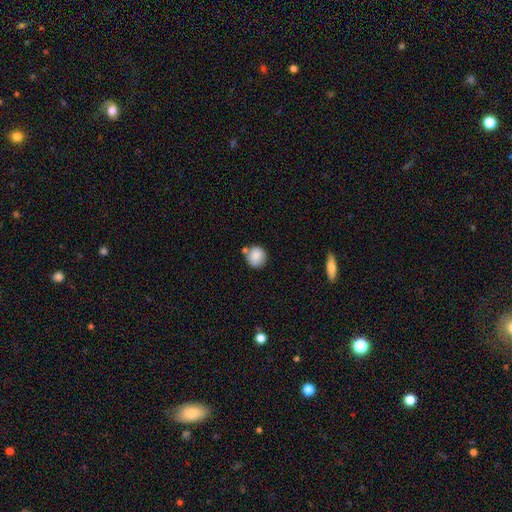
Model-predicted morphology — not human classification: This is clearly a smooth galaxy (86%). How rounded: clearly round (87%). Merging: likely none (65%).